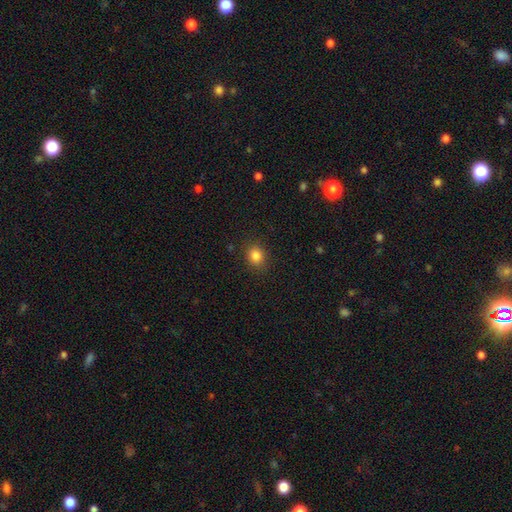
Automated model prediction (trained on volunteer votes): Smooth or featured?
  - smooth: 84% *
  - star or artifact: 11%
  - featured or disk: 5%
How rounded?
  - round: 68% *
  - in between: 31%
  - cigar-shaped: 1%
Merging?
  - none: 88% *
  - minor disturbance: 8%
  - major disturbance: 3%
  - merger: 1%